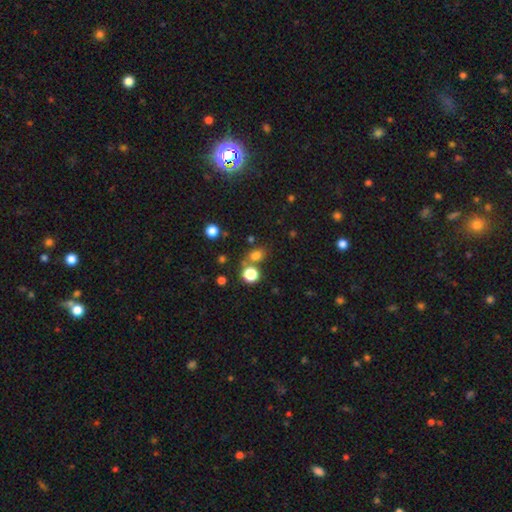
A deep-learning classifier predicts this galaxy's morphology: Overall: smooth (73%). How rounded: round (58%; in between 41%). Merging: none (65%).